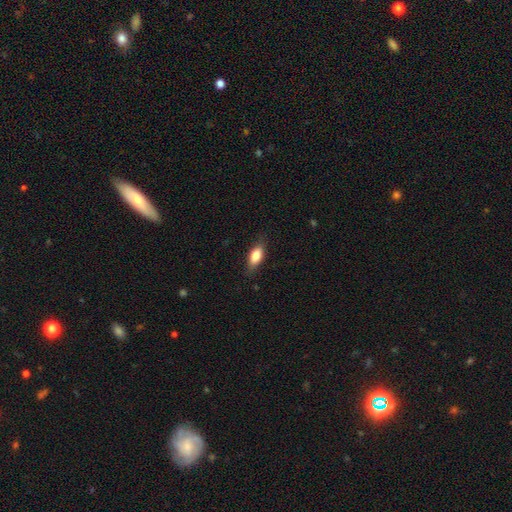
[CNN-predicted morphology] Smooth or featured: smooth — 78% (featured or disk — 15%)
How rounded: in between — 81% (cigar-shaped — 15%)
Merging: none — 79% (minor disturbance — 16%)